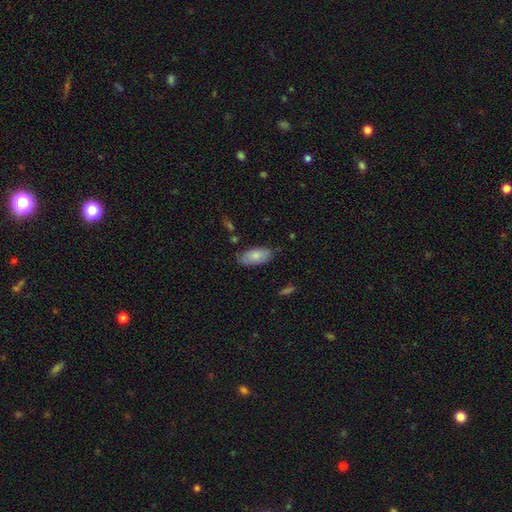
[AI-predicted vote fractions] A smooth galaxy with no disk features (80%) that is in between round and cigar-shaped (91%).

Vote fractions:
- Smooth or featured? smooth: 80% / featured or disk: 14% / star or artifact: 6%
- How rounded? in between: 91% / cigar-shaped: 7% / round: 2%
- Merging? none: 77% / minor disturbance: 18% / major disturbance: 3% / merger: 2%